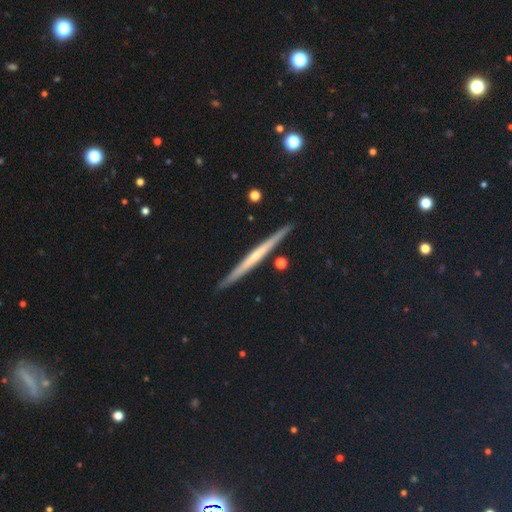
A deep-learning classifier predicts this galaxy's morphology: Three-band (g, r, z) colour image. It shows a featured or disk galaxy (61%) viewed edge-on (97%) with no central bulge (75%). Merging: none (91%).